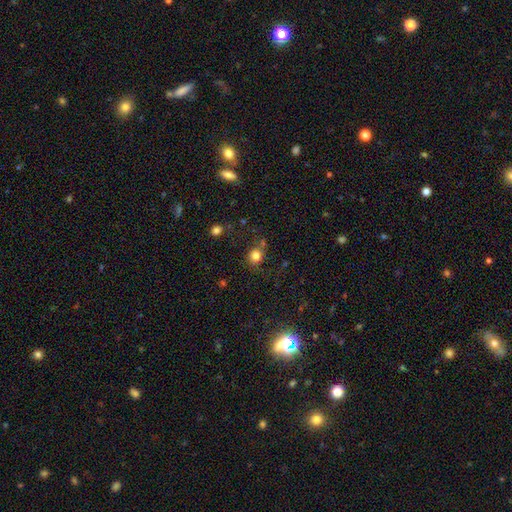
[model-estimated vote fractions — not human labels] Overall: smooth (80%). How rounded: round (78%). Merging: none (70%).